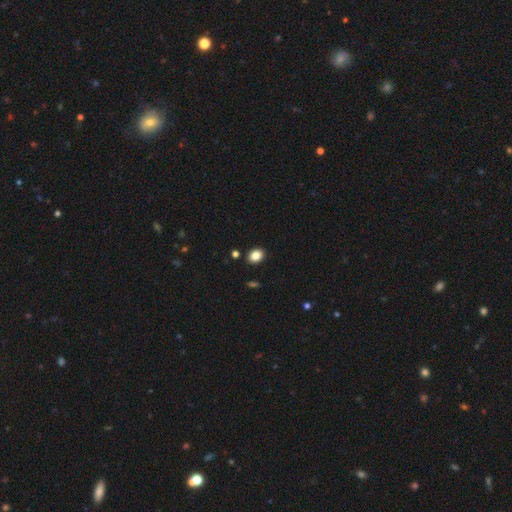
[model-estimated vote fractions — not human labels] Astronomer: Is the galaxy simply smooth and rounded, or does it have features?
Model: smooth — 86%.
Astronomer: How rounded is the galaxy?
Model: in between — 62%.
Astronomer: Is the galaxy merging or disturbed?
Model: none — 89%.